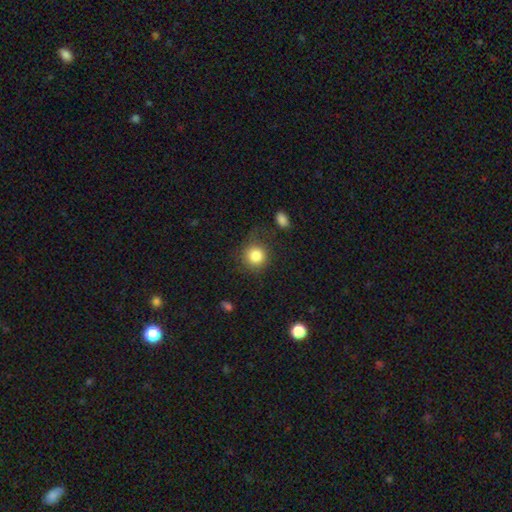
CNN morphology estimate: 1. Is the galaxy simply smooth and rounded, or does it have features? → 84% smooth, 9% star or artifact, 7% featured or disk.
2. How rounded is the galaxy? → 88% round, 11% in between, 1% cigar-shaped.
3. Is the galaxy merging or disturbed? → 72% none, 17% minor disturbance, 8% major disturbance, 3% merger.